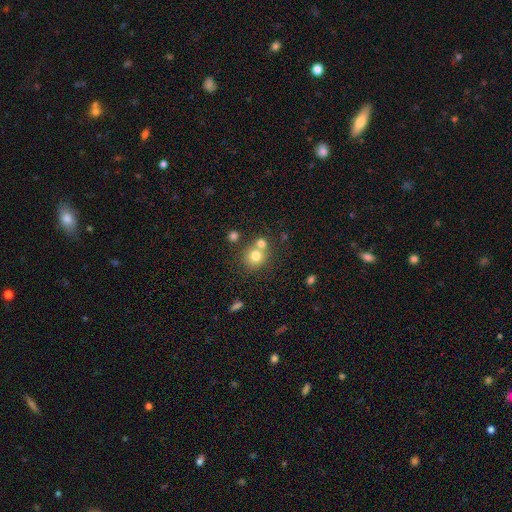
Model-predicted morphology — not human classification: smooth 75%, star or artifact 13%, featured or disk 13%. Down the decision tree: how rounded — round (85%); merging — none (51%).